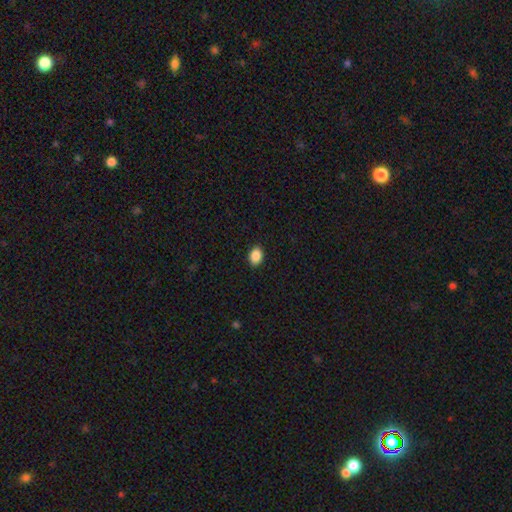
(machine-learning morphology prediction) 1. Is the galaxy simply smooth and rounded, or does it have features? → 88% smooth, 8% star or artifact, 3% featured or disk.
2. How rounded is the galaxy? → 77% in between, 22% round, 1% cigar-shaped.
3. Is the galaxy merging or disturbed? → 90% none, 7% minor disturbance, 2% major disturbance, 1% merger.